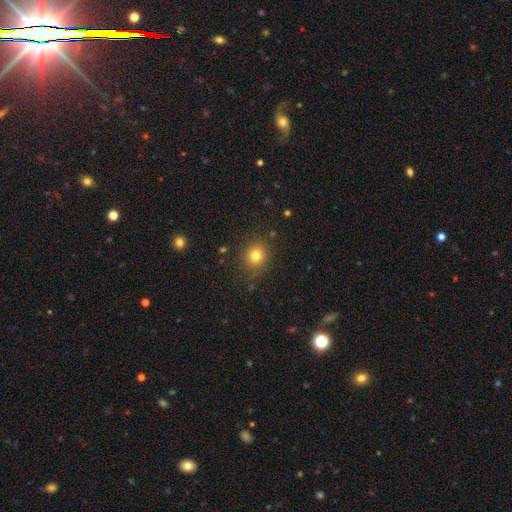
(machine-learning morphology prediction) Smooth or featured? Predicted: smooth (p=0.79). How rounded? Predicted: round (p=0.79). Merging? Predicted: none (p=0.86).